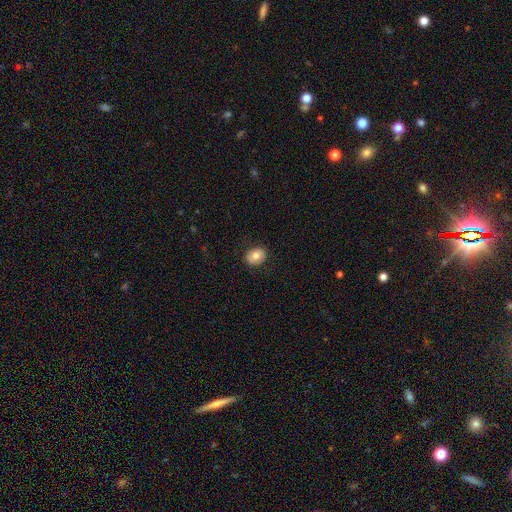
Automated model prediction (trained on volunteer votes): Morphology: type=smooth (77%); roundness=in between (52%); merging=none (88%).